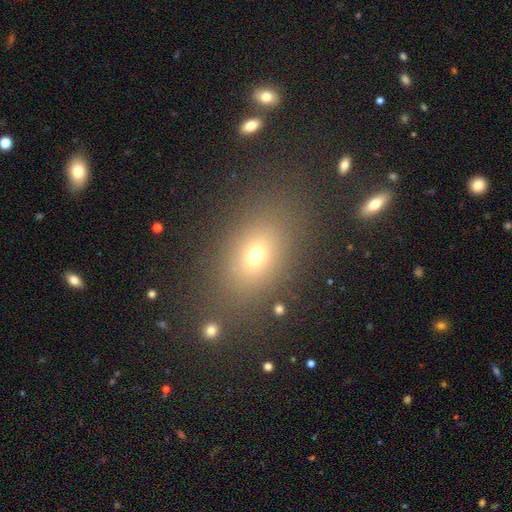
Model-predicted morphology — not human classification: Smooth or featured? smooth (65%)
How rounded? in between (71%)
Merging? none (83%)